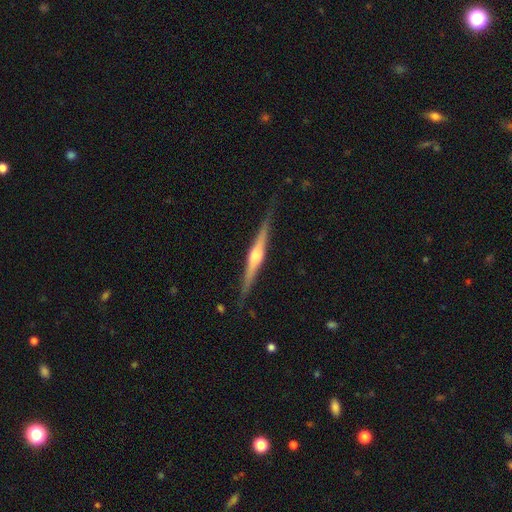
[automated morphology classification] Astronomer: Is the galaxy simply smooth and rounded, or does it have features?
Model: featured or disk — 76%.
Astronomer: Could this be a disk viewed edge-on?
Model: yes — 98%.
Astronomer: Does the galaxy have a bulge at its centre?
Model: rounded — 86%.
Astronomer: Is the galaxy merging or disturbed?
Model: none — 86%.